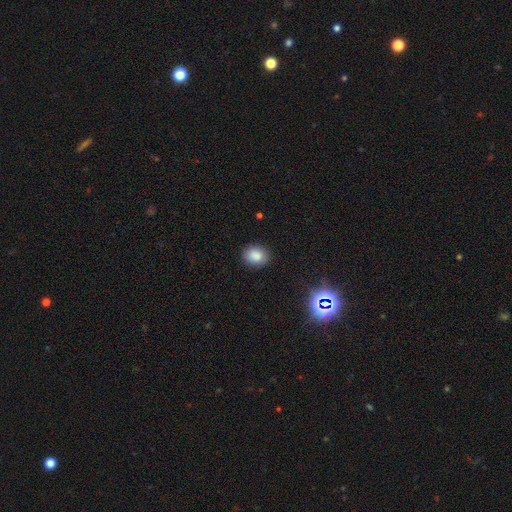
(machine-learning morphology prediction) Overall: smooth (85%). How rounded: in between (50%; round 49%). Merging: none (87%).